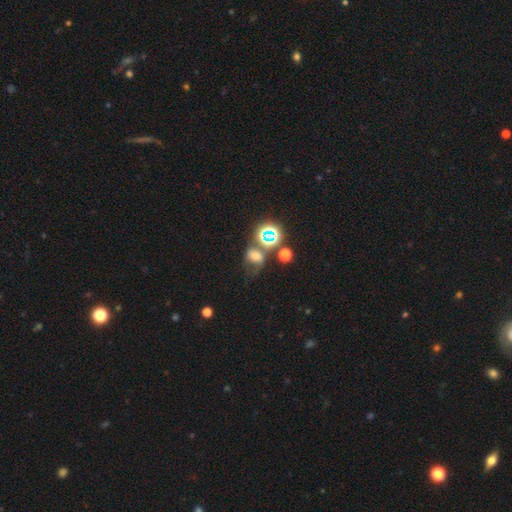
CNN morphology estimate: This is possibly a smooth galaxy (47%). Merging: marginally none (36%).